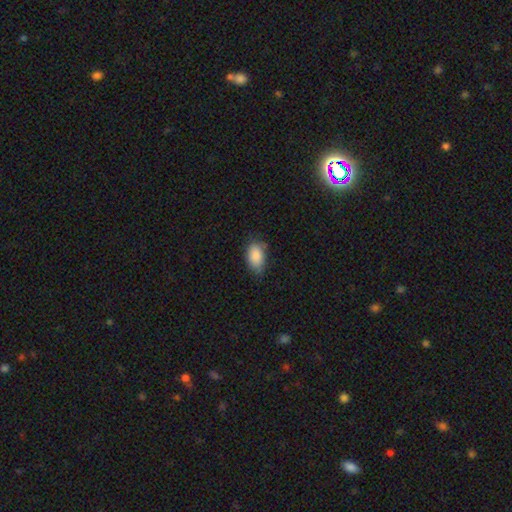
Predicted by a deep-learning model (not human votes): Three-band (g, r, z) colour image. It shows a smooth galaxy with no disk features (88%) that is in between round and cigar-shaped (91%). Merging: none (66%).